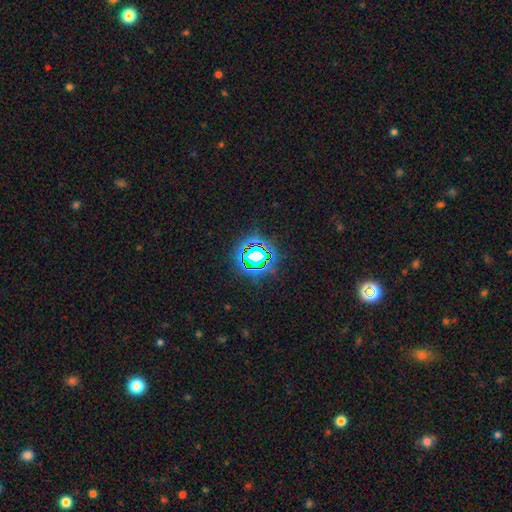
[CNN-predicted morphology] Smooth or featured? star or artifact (69%)